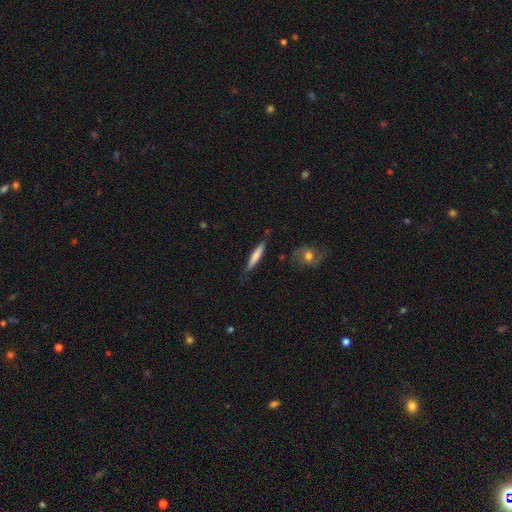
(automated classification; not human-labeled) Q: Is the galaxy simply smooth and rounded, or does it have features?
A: smooth — 68%.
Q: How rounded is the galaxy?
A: cigar-shaped — 92%.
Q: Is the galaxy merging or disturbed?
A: none — 80%.